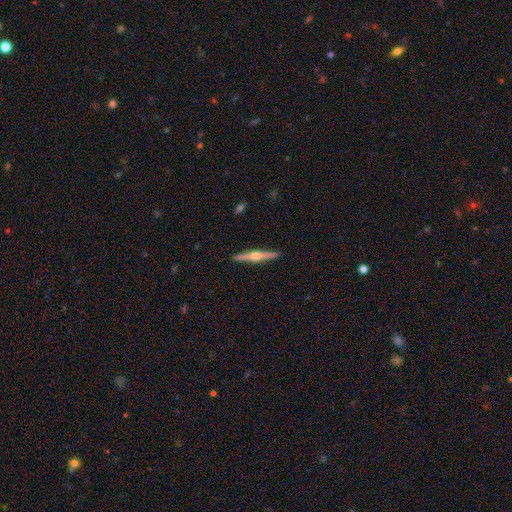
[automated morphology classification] Smooth or featured? Predicted: featured or disk (p=0.77). Edge-on disk? Predicted: yes (p=0.98). Edge-on bulge? Predicted: rounded (p=0.94). Merging? Predicted: none (p=0.92).